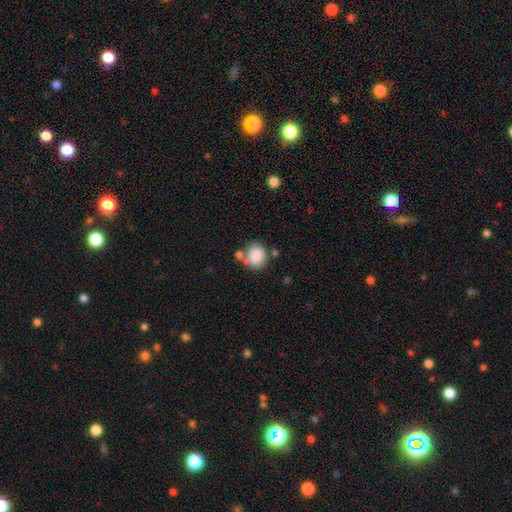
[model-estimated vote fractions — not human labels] Smooth or featured? smooth (85%)
How rounded? round (72%)
Merging? none (57%)